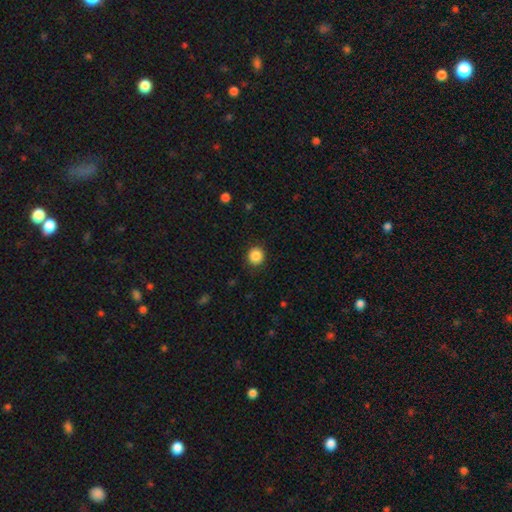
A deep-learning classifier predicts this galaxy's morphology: Smooth or featured? Predicted: smooth (p=0.87). How rounded? Predicted: round (p=0.90). Merging? Predicted: none (p=0.91).